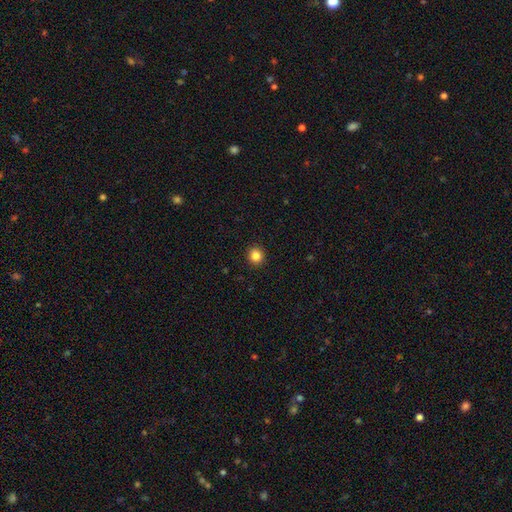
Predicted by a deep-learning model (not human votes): A smooth galaxy with no disk features (85%) that is round (91%).

Vote fractions:
- Smooth or featured? smooth: 85% / star or artifact: 11% / featured or disk: 4%
- How rounded? round: 91% / in between: 8% / cigar-shaped: 1%
- Merging? none: 93% / minor disturbance: 5% / major disturbance: 2% / merger: 1%